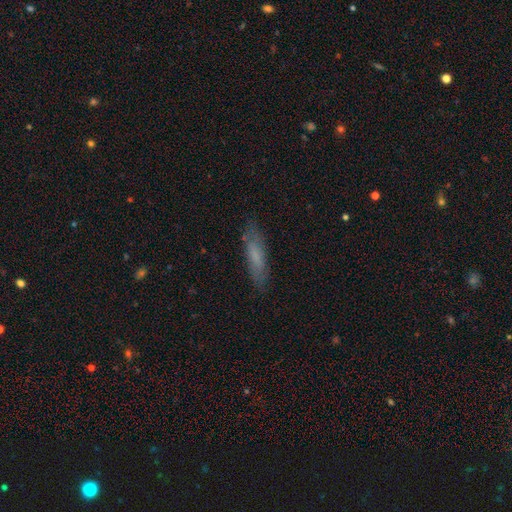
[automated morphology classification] Smooth or featured: smooth — 65% (featured or disk — 28%)
How rounded: cigar-shaped — 70% (in between — 28%)
Merging: none — 82% (minor disturbance — 13%)